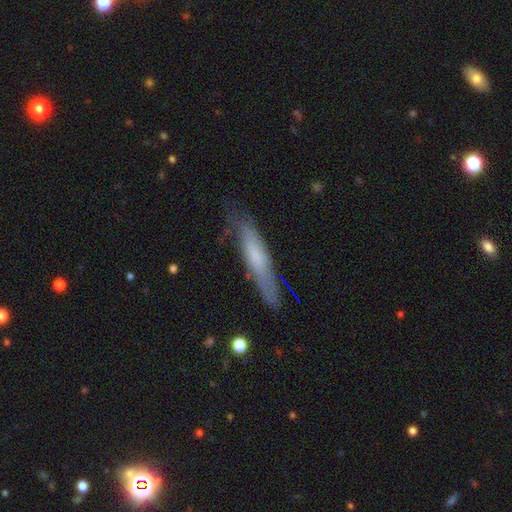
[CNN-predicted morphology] smooth 56%, featured or disk 38%, star or artifact 7%. Down the decision tree: how rounded — cigar-shaped (84%); merging — none (70%).